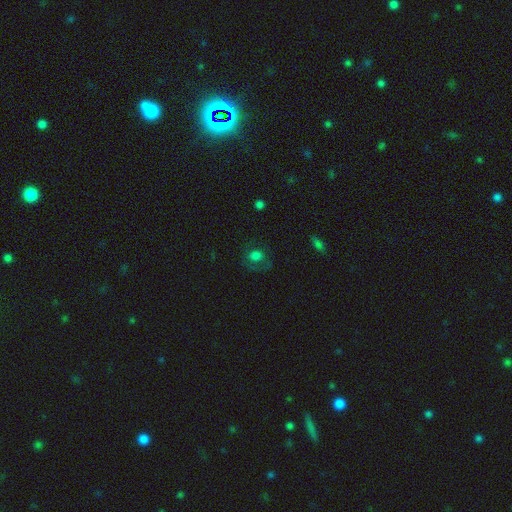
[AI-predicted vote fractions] This appears to be a smooth galaxy with no disk features (61%) that is round (62%). Merging: none (56%).